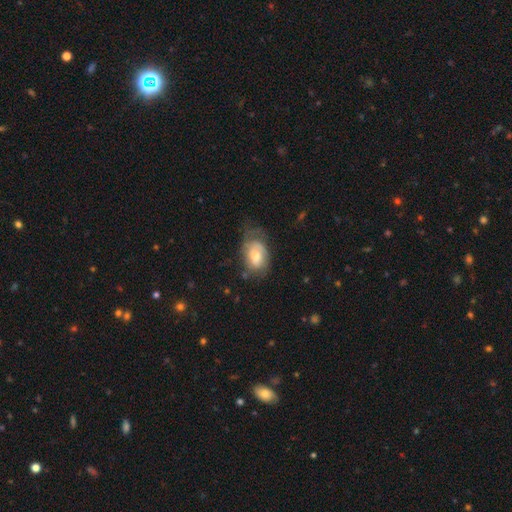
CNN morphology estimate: type=smooth (51%); roundness=in between (82%); merging=none (38%).